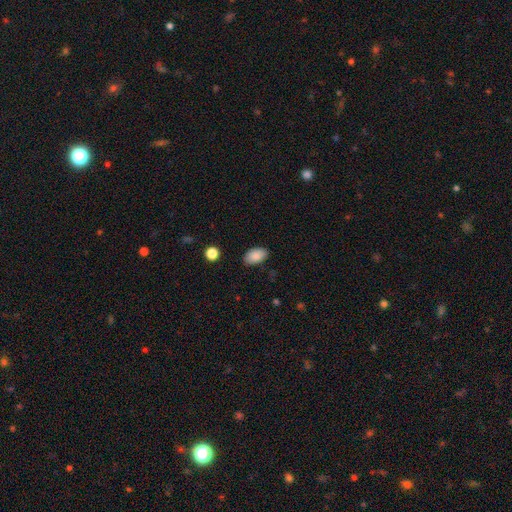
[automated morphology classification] type=smooth (89%); roundness=in between (93%); merging=none (84%).